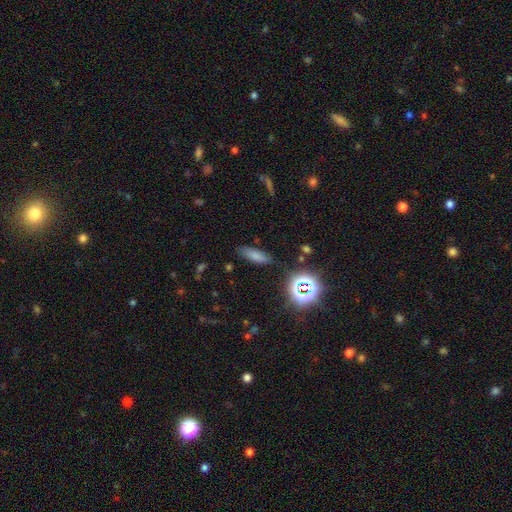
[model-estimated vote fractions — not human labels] smooth_or_featured: smooth (p=0.74) [alt: star or artifact p=0.17]
how_rounded: in between (p=0.59) [alt: cigar-shaped p=0.37]
merging: none (p=0.81) [alt: minor disturbance p=0.13]